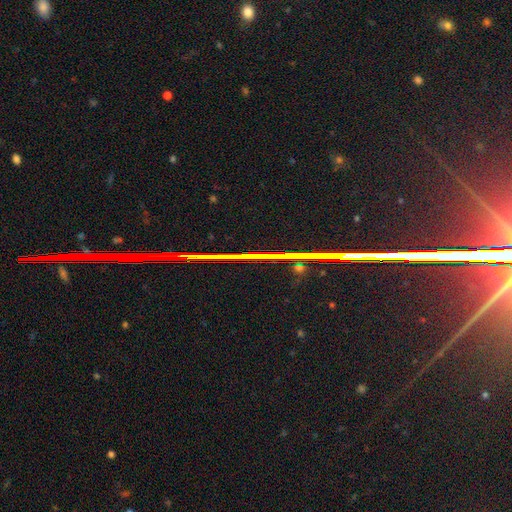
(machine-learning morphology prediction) type=star or artifact (86%).